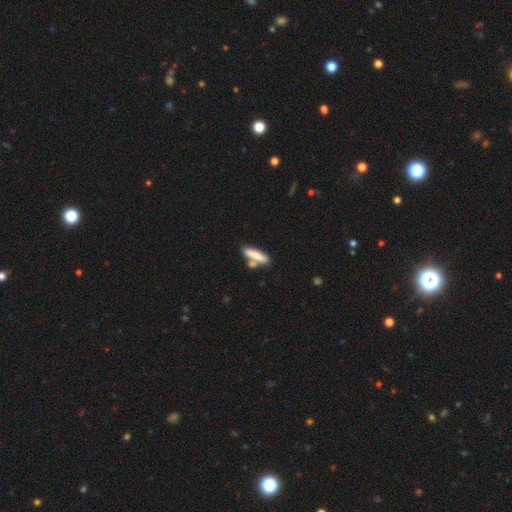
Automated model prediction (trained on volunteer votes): smooth 76%, featured or disk 18%, star or artifact 7%. Down the decision tree: how rounded — cigar-shaped (67%); merging — none (53%).